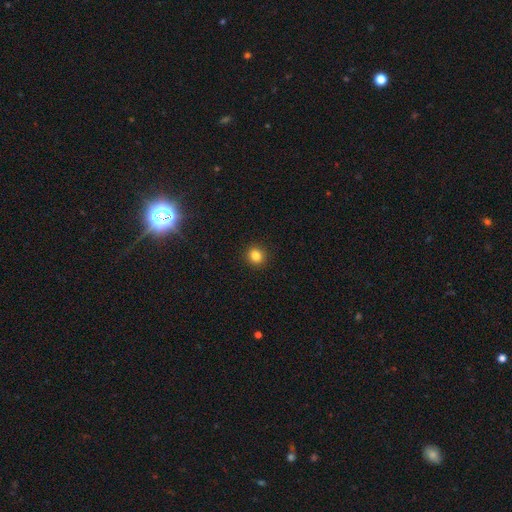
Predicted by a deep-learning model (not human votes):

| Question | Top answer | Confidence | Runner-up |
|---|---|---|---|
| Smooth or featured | smooth | 84% | star or artifact (12%) |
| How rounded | round | 86% | in between (13%) |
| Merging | none | 92% | minor disturbance (5%) |